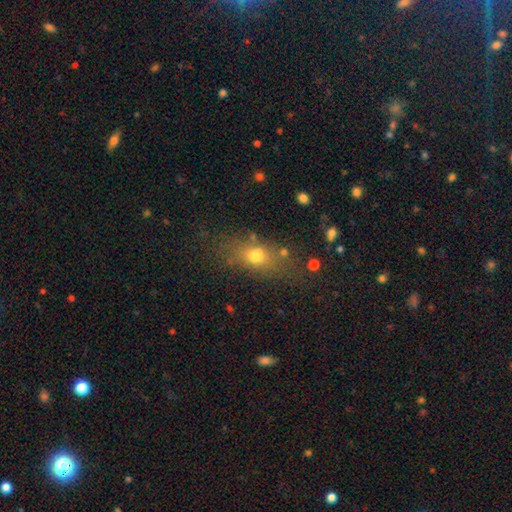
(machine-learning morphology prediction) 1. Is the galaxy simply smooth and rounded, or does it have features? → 68% smooth, 17% featured or disk, 16% star or artifact.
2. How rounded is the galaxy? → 62% in between, 27% round, 11% cigar-shaped.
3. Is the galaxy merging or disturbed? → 66% none, 17% minor disturbance, 10% major disturbance, 6% merger.